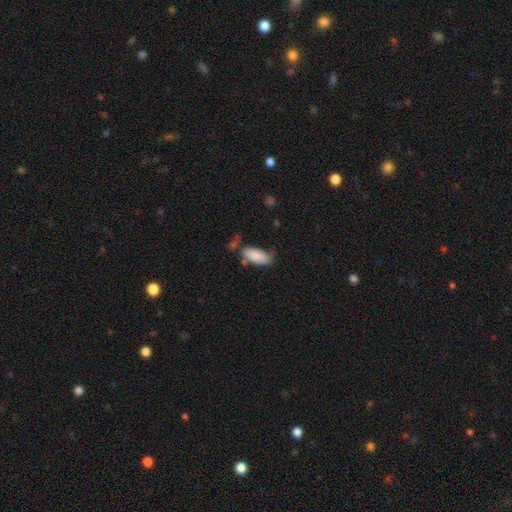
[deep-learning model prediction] Morphology: type=smooth (86%); roundness=in between (88%); merging=none (55%).